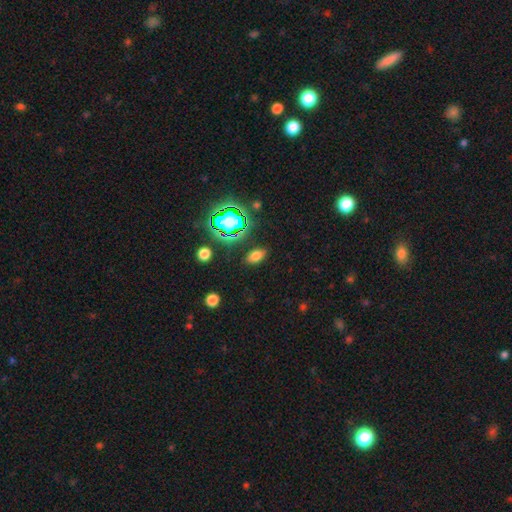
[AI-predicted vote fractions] Overall: smooth (69%). How rounded: in between (87%). Merging: none (86%).